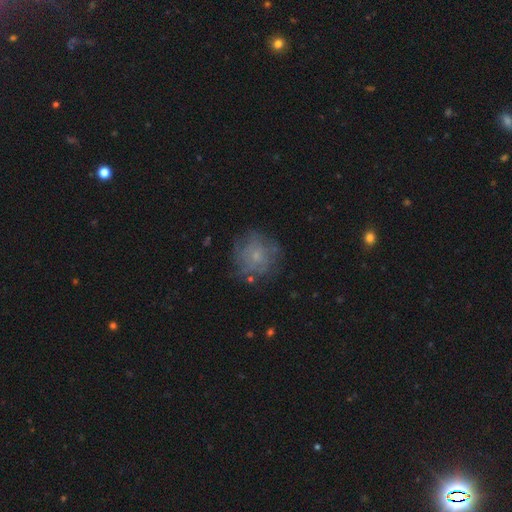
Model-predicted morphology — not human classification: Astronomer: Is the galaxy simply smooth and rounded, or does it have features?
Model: smooth — 47% (runner-up: featured or disk, 41%).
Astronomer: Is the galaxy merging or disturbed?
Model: none — 69%.